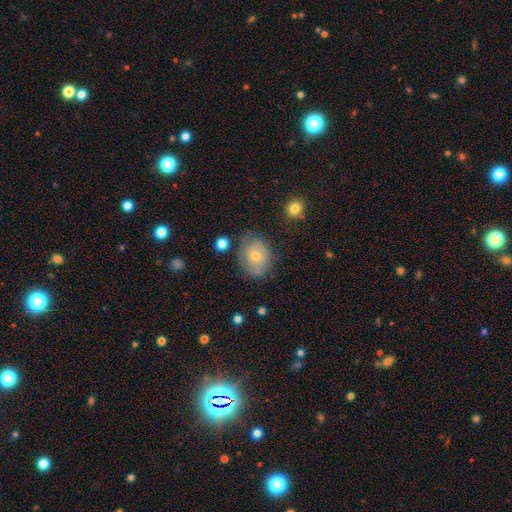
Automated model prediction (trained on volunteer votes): Q: Smooth or featured?
A: smooth (59%); runner-up: featured or disk (31%)
Q: How rounded?
A: in between (58%); runner-up: round (41%)
Q: Merging?
A: none (69%); runner-up: minor disturbance (22%)